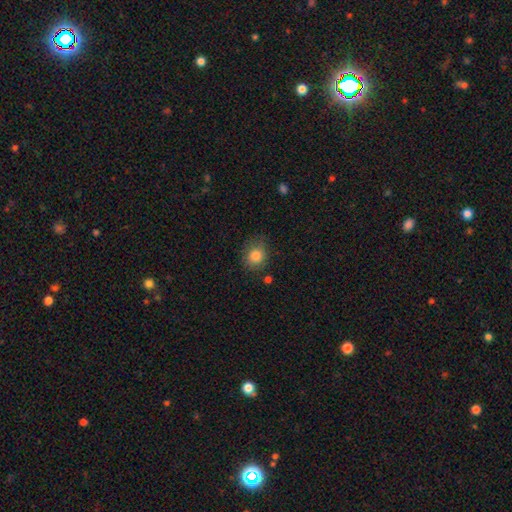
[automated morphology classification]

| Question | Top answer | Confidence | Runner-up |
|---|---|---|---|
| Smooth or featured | smooth | 82% | star or artifact (10%) |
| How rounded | round | 73% | in between (26%) |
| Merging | none | 76% | minor disturbance (17%) |